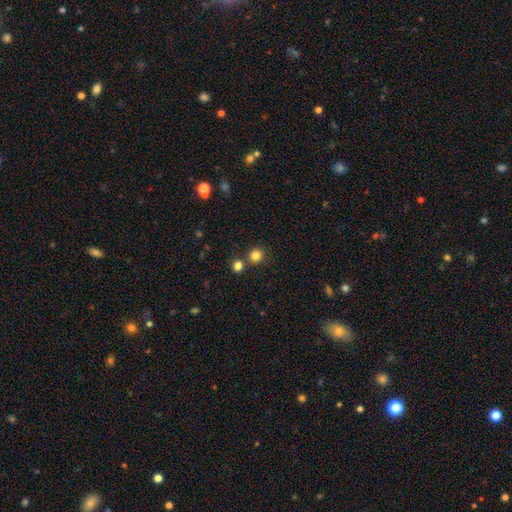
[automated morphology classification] This is clearly a smooth galaxy (82%). How rounded: clearly round (93%). Merging: likely none (77%).